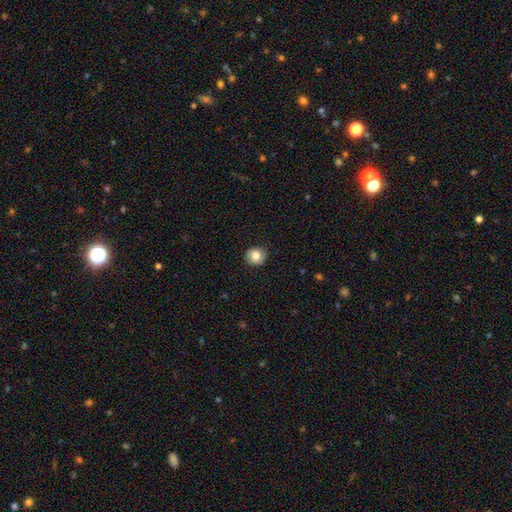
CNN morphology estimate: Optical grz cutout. It shows a smooth galaxy with no disk features (80%) that is round (86%). Merging: none (82%).